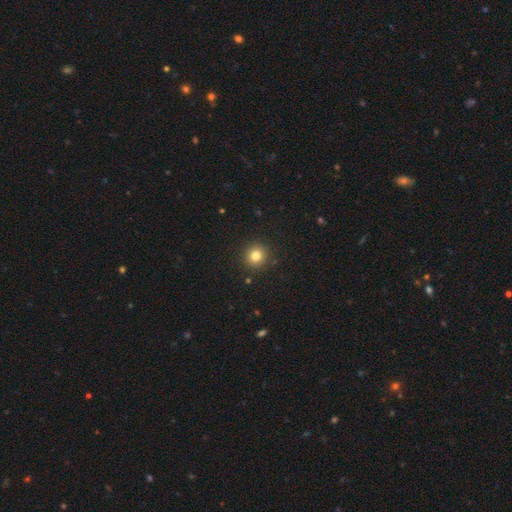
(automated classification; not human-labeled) Smooth or featured?
  - smooth: 81% *
  - star or artifact: 13%
  - featured or disk: 7%
How rounded?
  - round: 93% *
  - in between: 6%
  - cigar-shaped: 1%
Merging?
  - none: 91% *
  - minor disturbance: 5%
  - major disturbance: 2%
  - merger: 1%